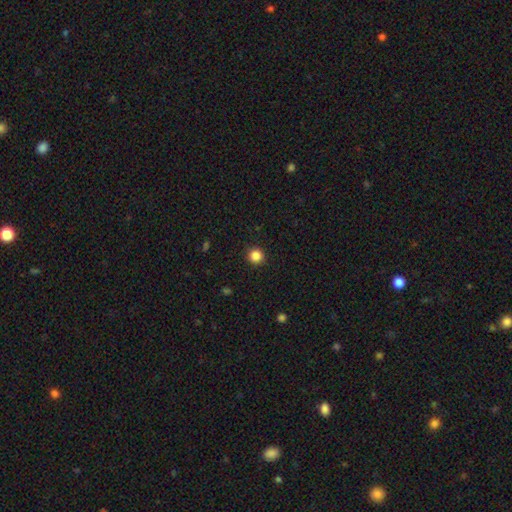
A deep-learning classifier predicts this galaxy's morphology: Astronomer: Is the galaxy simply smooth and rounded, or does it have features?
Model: smooth — 86%.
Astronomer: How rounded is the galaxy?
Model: round — 95%.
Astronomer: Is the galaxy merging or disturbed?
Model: none — 93%.